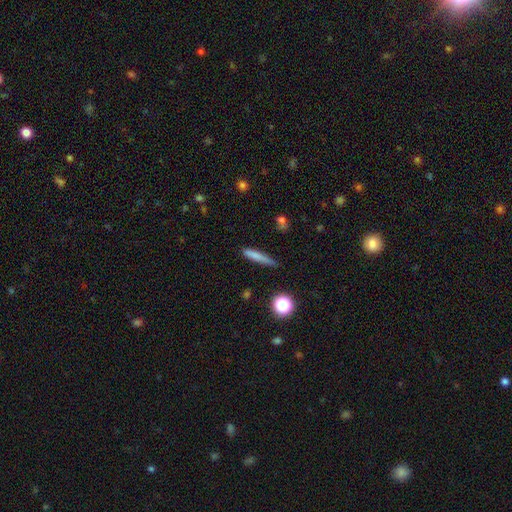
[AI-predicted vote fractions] Smooth or featured? smooth (73%)
How rounded? cigar-shaped (91%)
Merging? none (76%)